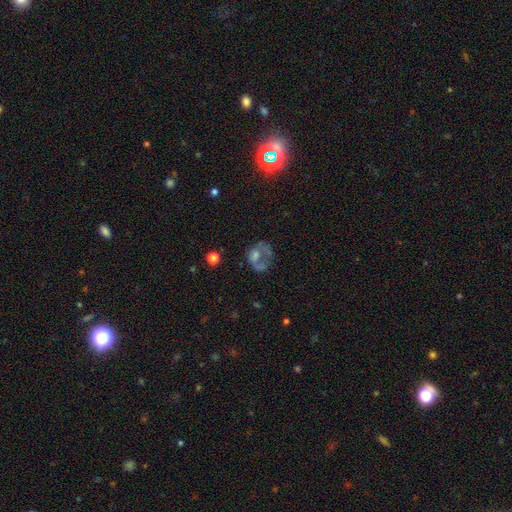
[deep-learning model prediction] Overall: featured or disk (48%; smooth 32%). Merging: major disturbance (37%, tied with none).